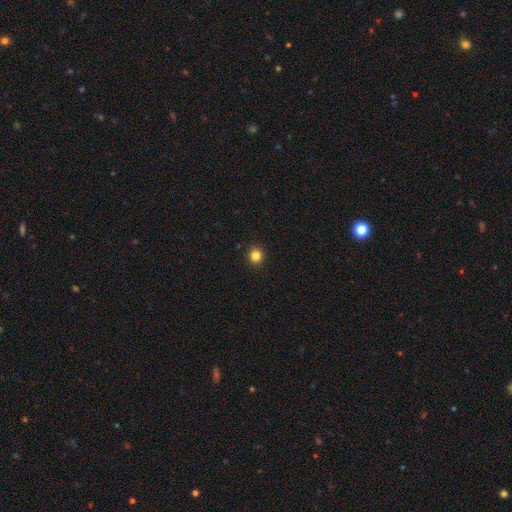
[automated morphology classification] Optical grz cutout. It shows a smooth galaxy with no disk features (84%) that is round (94%). Merging: none (93%).